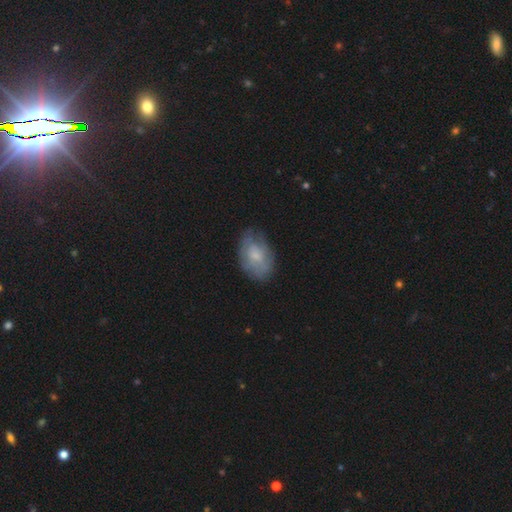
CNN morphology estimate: Overall: smooth (53%; featured or disk 40%). How rounded: in between (86%). Merging: none (67%).